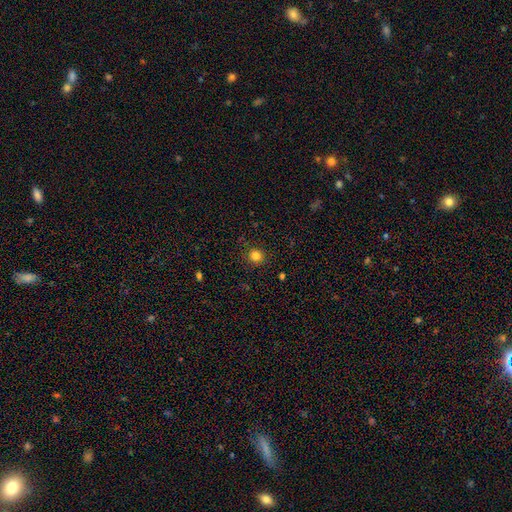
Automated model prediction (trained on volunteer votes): The model was most divided on "smooth or featured": smooth: 82%, star or artifact: 14%, featured or disk: 5%. More confident: how rounded — round (93%); merging — none (90%).